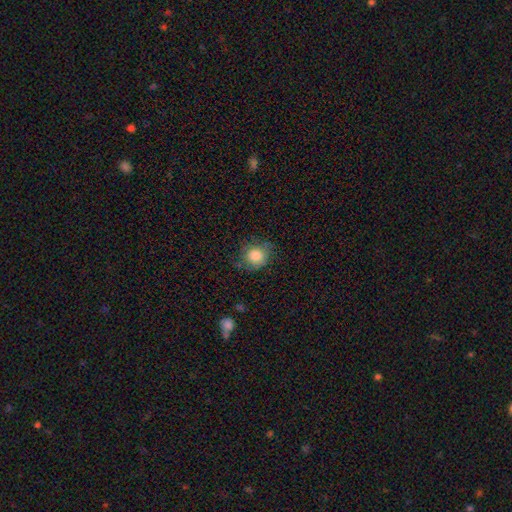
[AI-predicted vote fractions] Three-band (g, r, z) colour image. It shows a smooth galaxy with no disk features (81%) that is round (83%). Merging: none (69%).